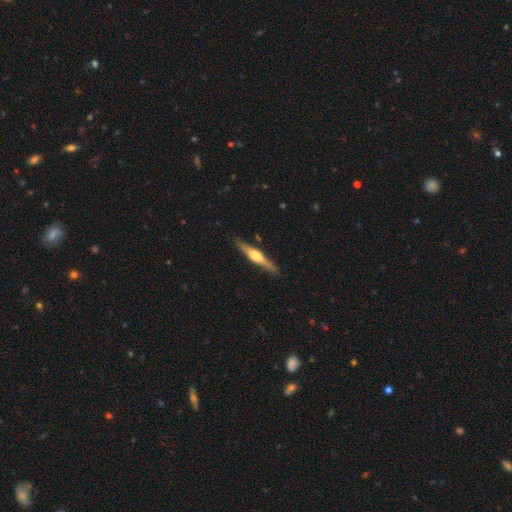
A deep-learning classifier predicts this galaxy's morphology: Smooth or featured: featured or disk — 69% (smooth — 26%)
Edge-on disk: yes — 97% (no — 3%)
Edge-on bulge: rounded — 91% (boxy — 6%)
Merging: none — 89% (minor disturbance — 8%)